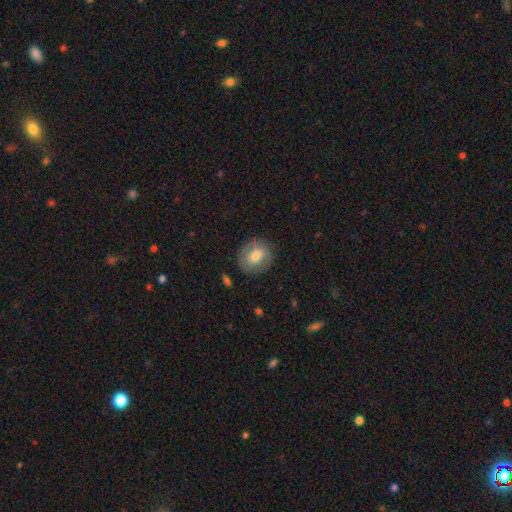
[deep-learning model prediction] Smooth or featured?
  - smooth: 70% *
  - featured or disk: 22%
  - star or artifact: 8%
How rounded?
  - round: 74% *
  - in between: 25%
  - cigar-shaped: 1%
Merging?
  - none: 84% *
  - minor disturbance: 12%
  - major disturbance: 4%
  - merger: 1%